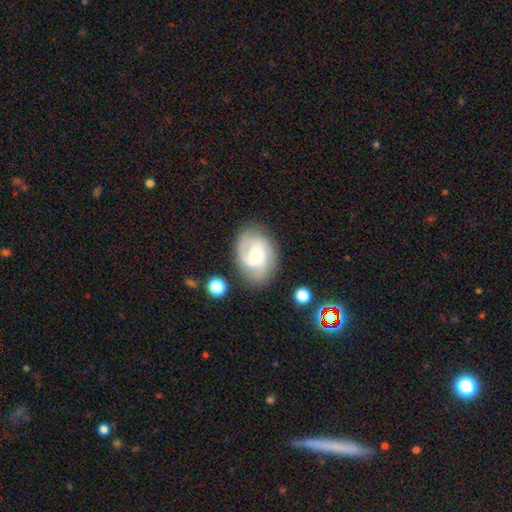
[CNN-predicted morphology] type=featured or disk (73%); edge-on=no (97%); bar=no (62%); spiral arms=yes (91%); winding=tight (43%); arm count=2 (45%); bulge=small (48%); merging=none (73%).